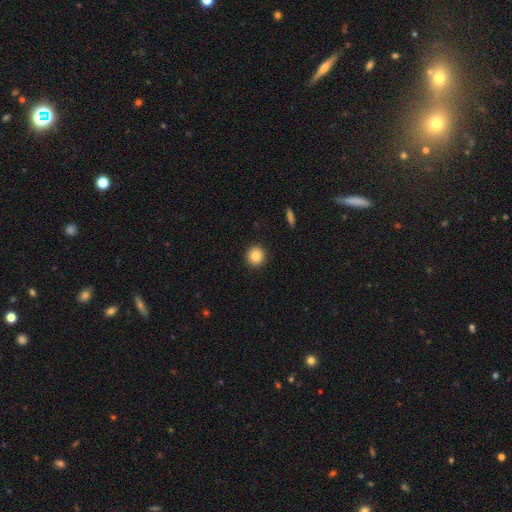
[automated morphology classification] A smooth galaxy with no disk features (86%) that is round (92%).

Vote fractions:
- Smooth or featured? smooth: 86% / star or artifact: 9% / featured or disk: 5%
- How rounded? round: 92% / in between: 7% / cigar-shaped: 1%
- Merging? none: 92% / minor disturbance: 5% / major disturbance: 2% / merger: 1%